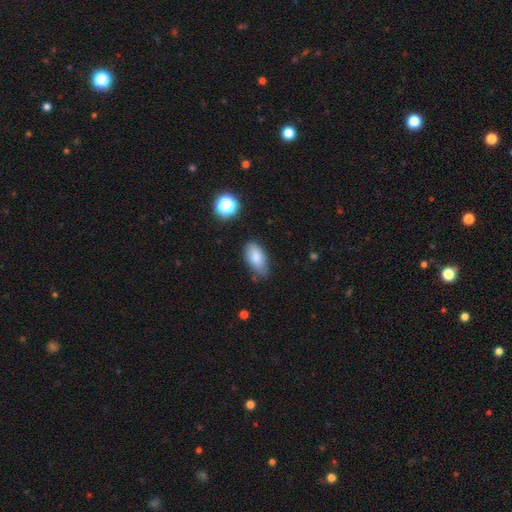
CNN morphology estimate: Smooth or featured? Predicted: smooth (p=0.83). How rounded? Predicted: in between (p=0.92). Merging? Predicted: none (p=0.69).